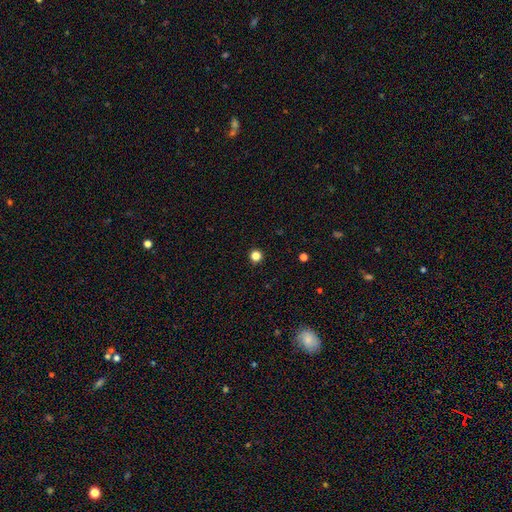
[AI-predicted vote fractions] Smooth or featured? Predicted: smooth (p=0.83). How rounded? Predicted: round (p=0.95). Merging? Predicted: none (p=0.93).